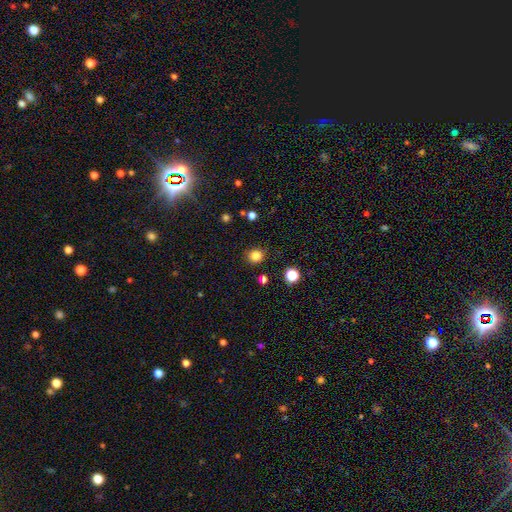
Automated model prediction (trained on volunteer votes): A smooth galaxy with no disk features (83%) that is round (87%).

Vote fractions:
- Smooth or featured? smooth: 83% / star or artifact: 13% / featured or disk: 4%
- How rounded? round: 87% / in between: 12% / cigar-shaped: 1%
- Merging? none: 88% / minor disturbance: 7% / major disturbance: 2% / merger: 2%